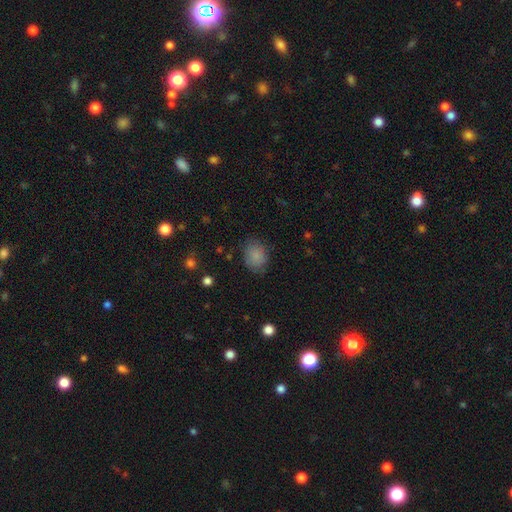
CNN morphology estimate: A smooth galaxy with no disk features (84%) that is in between round and cigar-shaped (50%). Merging: none (76%).